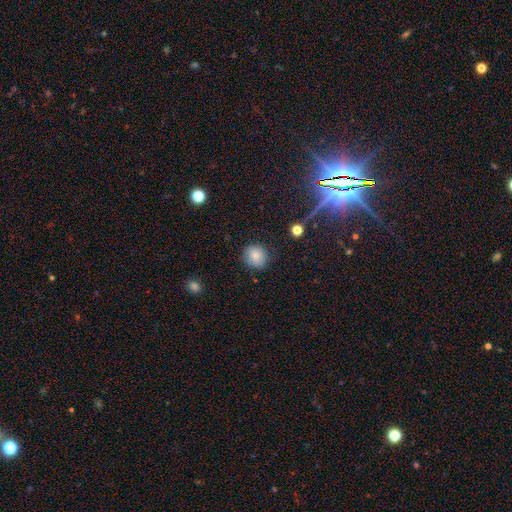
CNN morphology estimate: The model was most divided on "how rounded": round: 80%, in between: 19%, cigar-shaped: 1%. More confident: smooth or featured — smooth (82%); merging — none (82%).